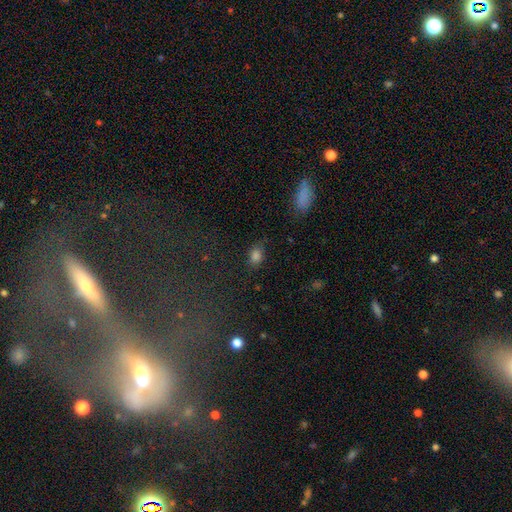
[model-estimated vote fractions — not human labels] A smooth galaxy with no disk features (80%) that is in between round and cigar-shaped (74%). Merging: none (72%).